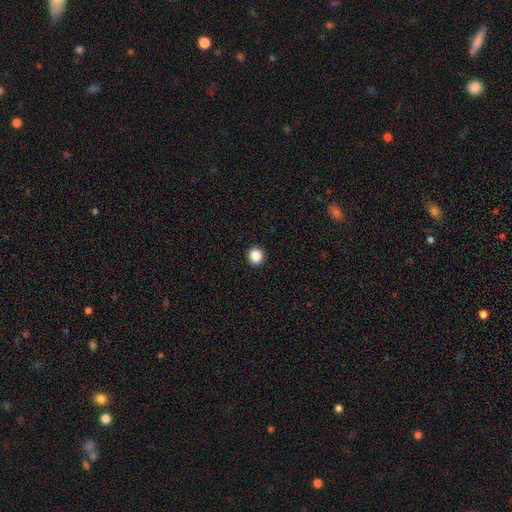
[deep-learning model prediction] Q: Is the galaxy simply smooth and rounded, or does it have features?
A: smooth — 88%.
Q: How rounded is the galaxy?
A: round — 88%.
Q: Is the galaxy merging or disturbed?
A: none — 93%.